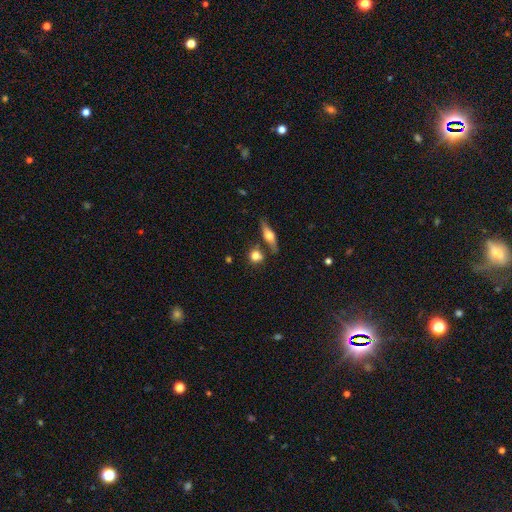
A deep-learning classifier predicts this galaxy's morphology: smooth-or-featured: smooth: 76% | featured or disk: 15% | star or artifact: 9%
  how-rounded: round: 74% | in between: 20% | cigar-shaped: 6%
  merging: none: 68% | merger: 17% | minor disturbance: 11% | major disturbance: 4%